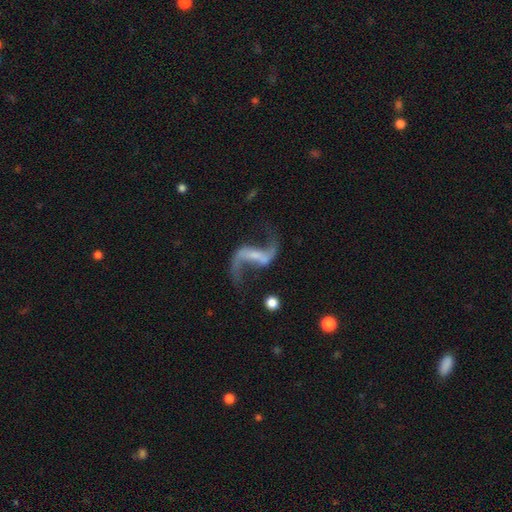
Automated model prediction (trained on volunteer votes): Smooth or featured?
  - featured or disk: 91% *
  - star or artifact: 5%
  - smooth: 4%
Edge-on disk?
  - no: 97% *
  - yes: 3%
Bar?
  - strong: 48% *
  - weak: 35%
  - no: 17%
Spiral arms?
  - yes: 97% *
  - no: 3%
Spiral winding?
  - loose: 91% *
  - medium: 7%
  - tight: 2%
Spiral arm count?
  - 2: 94% *
  - 1: 2%
  - can't tell: 1%
  - 3: 1%
  - 4: 1%
  - more than 4: 1%
Bulge size?
  - small: 44% *
  - none: 36%
  - moderate: 15%
  - large: 3%
  - dominant: 2%
Merging?
  - none: 75% *
  - minor disturbance: 12%
  - major disturbance: 10%
  - merger: 4%